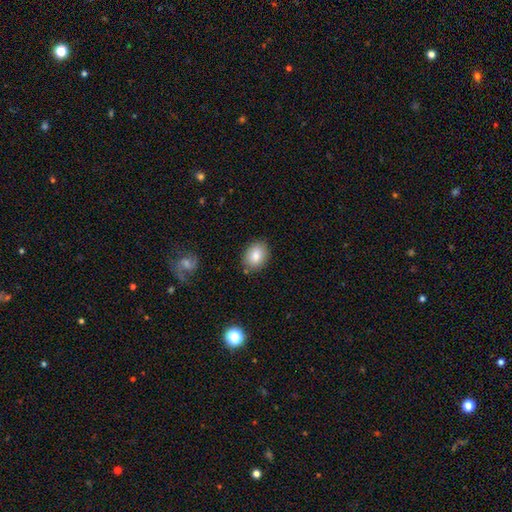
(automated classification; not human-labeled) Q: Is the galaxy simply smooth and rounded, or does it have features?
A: smooth — 85%.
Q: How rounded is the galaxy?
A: in between — 62%.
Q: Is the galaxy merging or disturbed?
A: none — 82%.